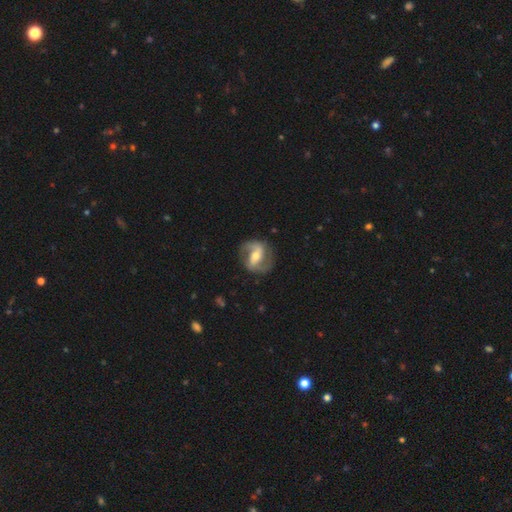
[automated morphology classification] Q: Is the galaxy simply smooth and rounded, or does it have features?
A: featured or disk — 83%.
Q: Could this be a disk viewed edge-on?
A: no — 97%.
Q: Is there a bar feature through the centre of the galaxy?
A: strong — 43%.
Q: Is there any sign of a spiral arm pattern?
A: yes — 92%.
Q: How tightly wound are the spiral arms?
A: medium — 50%.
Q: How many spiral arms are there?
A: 2 — 91%.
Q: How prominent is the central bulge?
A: moderate — 62%.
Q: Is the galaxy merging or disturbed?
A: none — 80%.